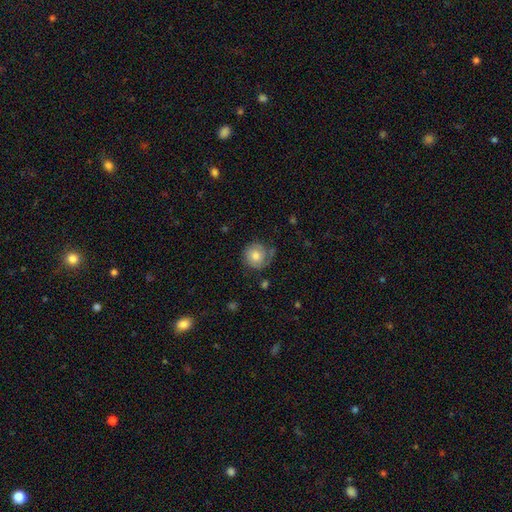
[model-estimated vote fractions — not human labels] This appears to be a smooth galaxy with no disk features (63%) that is round (91%). Merging: none (63%).